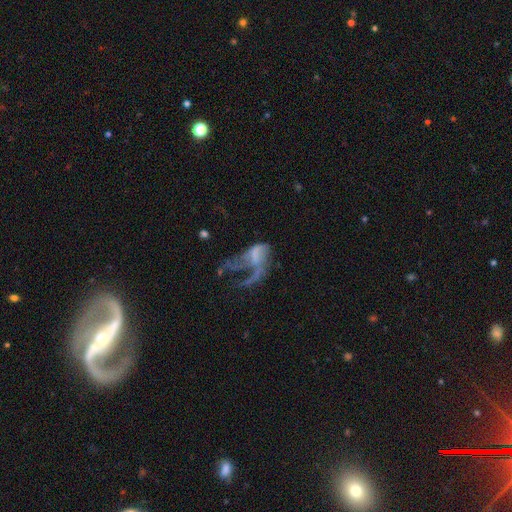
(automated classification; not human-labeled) featured or disk 60%, smooth 27%, star or artifact 13%. Down the decision tree: edge-on disk — no (96%); bar — no (61%); spiral arms — no (56%); bulge size — none (56%); merging — major disturbance (63%).